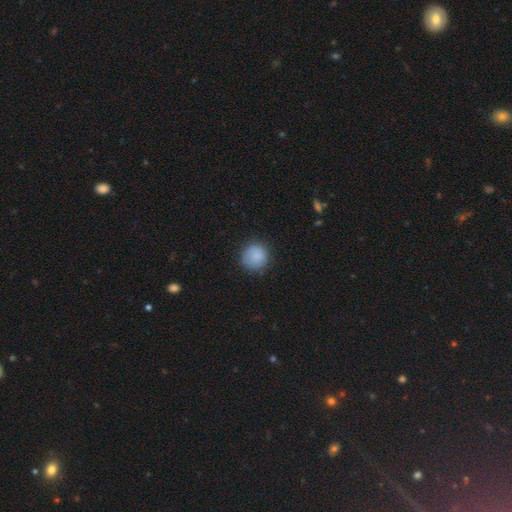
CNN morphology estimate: The model was most divided on "merging": none: 82%, minor disturbance: 13%, major disturbance: 3%, merger: 1%. More confident: how rounded — round (91%); smooth or featured — smooth (87%).